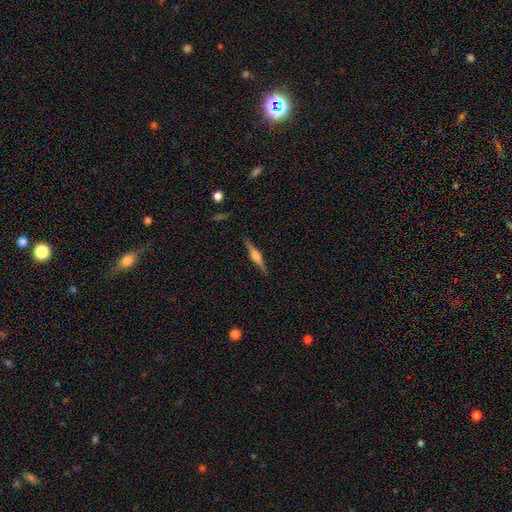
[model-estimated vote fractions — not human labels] Overall: featured or disk (76%). Edge-on disk: yes (98%). Edge-on bulge: rounded (79%). Merging: none (89%).